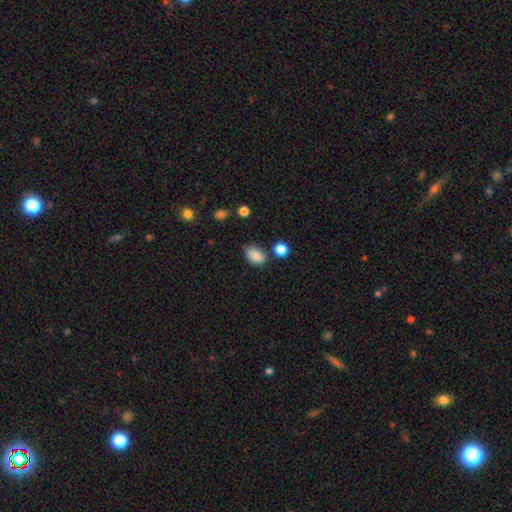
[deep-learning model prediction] This appears to be a smooth galaxy with no disk features (84%) that is in between round and cigar-shaped (77%). Merging: none (67%).